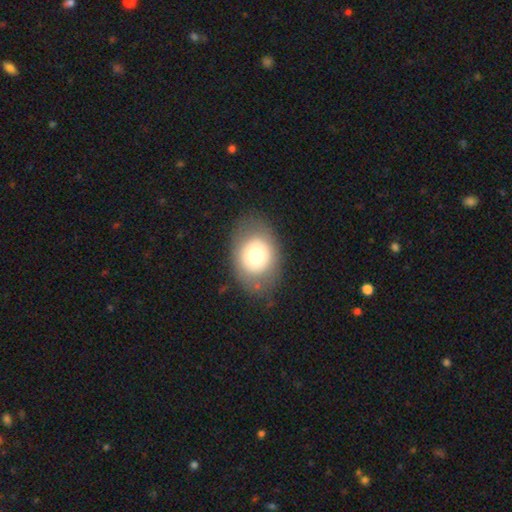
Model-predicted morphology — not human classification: The model was most divided on "how rounded": in between: 60%, round: 39%, cigar-shaped: 1%. More confident: merging — none (76%); smooth or featured — smooth (68%).